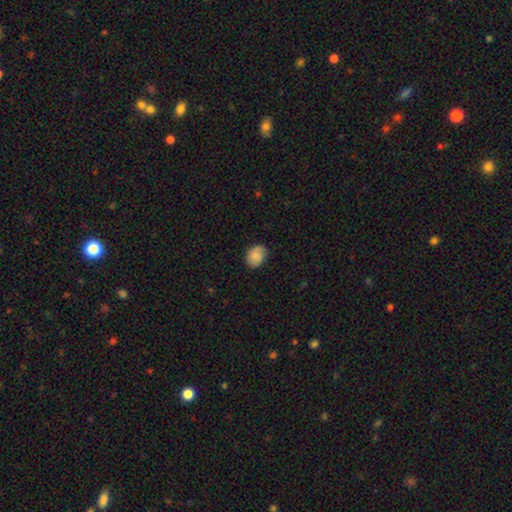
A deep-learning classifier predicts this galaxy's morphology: The model was most divided on "how rounded": round: 50%, in between: 49%, cigar-shaped: 1%. More confident: smooth or featured — smooth (77%); merging — none (69%).